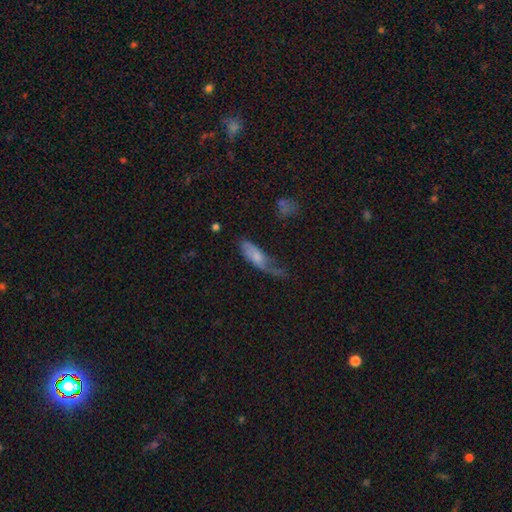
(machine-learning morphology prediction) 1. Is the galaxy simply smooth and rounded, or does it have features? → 58% smooth, 34% featured or disk, 7% star or artifact.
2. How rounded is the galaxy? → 63% in between, 34% cigar-shaped, 3% round.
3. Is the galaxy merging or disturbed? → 34% major disturbance, 33% minor disturbance, 29% none, 4% merger.